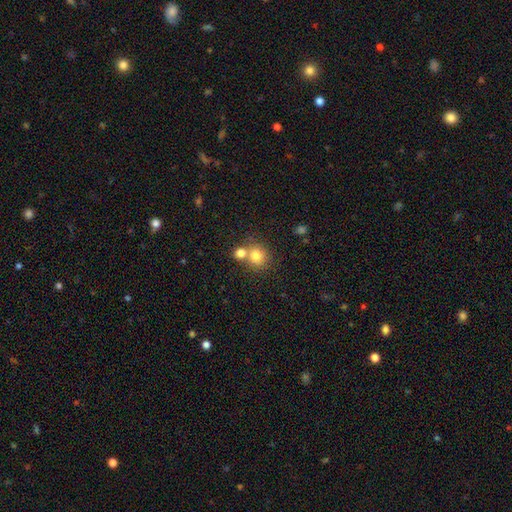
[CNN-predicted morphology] smooth_or_featured: smooth (p=0.78) [alt: star or artifact p=0.11]
how_rounded: round (p=0.82) [alt: in between p=0.17]
merging: none (p=0.48) [alt: merger p=0.41]